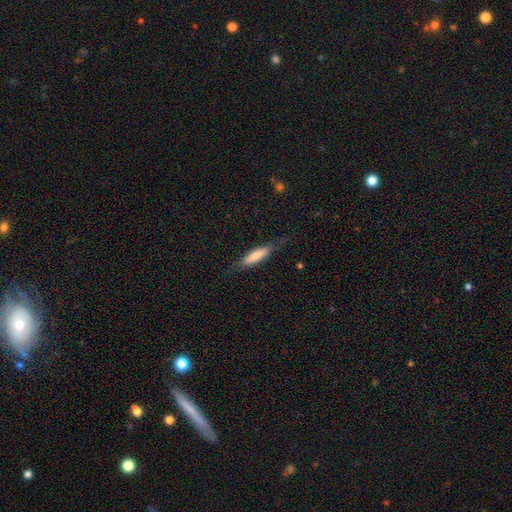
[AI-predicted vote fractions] This appears to be a smooth galaxy with no disk features (70%) that is cigar-shaped (76%). Merging: none (74%).